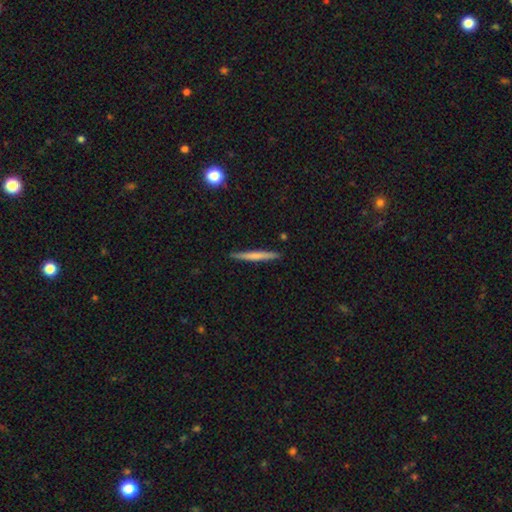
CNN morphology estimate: A smooth galaxy with no disk features (61%) that is cigar-shaped (96%). Merging: none (90%).